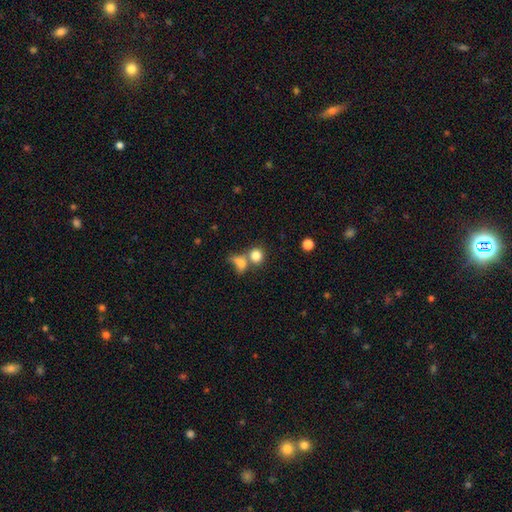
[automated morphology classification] Smooth or featured? Predicted: smooth (p=0.81). How rounded? Predicted: round (p=0.77). Merging? Predicted: none (p=0.44).